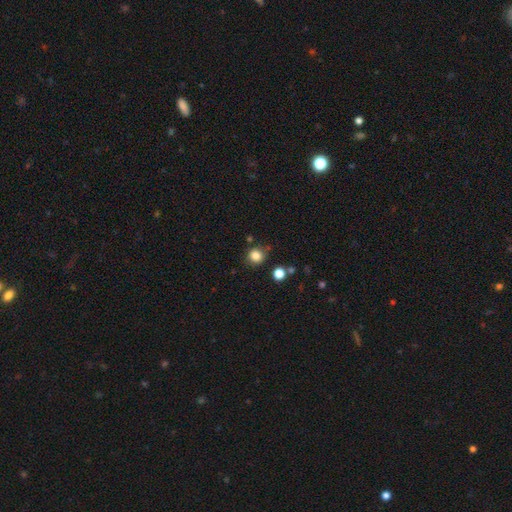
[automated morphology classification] smooth 83%, star or artifact 12%, featured or disk 5%. Down the decision tree: how rounded — round (88%); merging — none (80%).